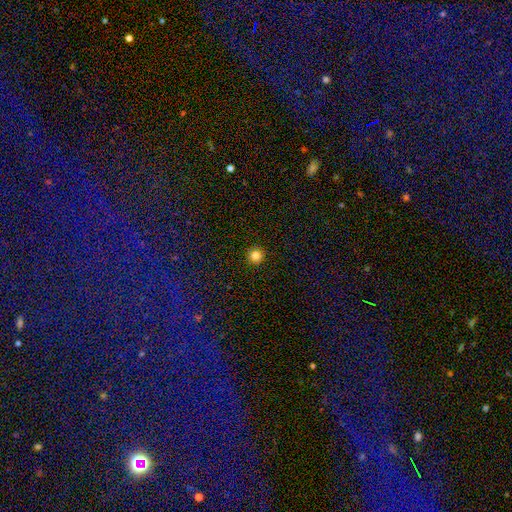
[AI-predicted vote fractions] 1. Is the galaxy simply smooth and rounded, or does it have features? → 83% smooth, 12% star or artifact, 4% featured or disk.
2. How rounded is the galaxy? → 95% round, 4% in between, 1% cigar-shaped.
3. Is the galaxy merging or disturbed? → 93% none, 4% minor disturbance, 1% major disturbance, 1% merger.